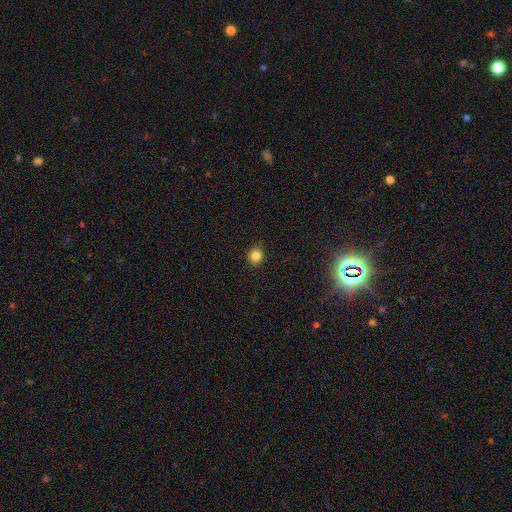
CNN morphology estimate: Overall: smooth (83%). How rounded: round (91%). Merging: none (91%).